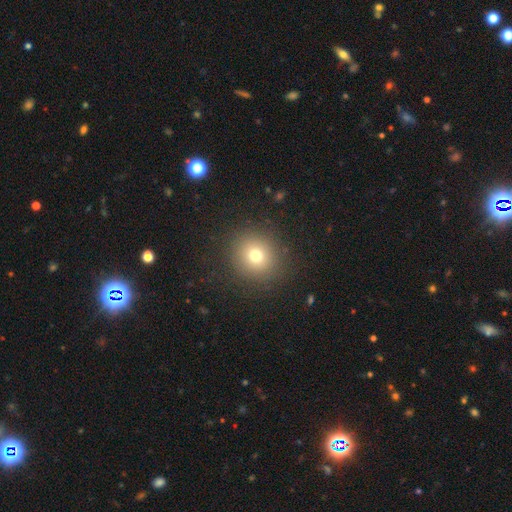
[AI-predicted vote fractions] Smooth or featured? smooth (75%)
How rounded? round (90%)
Merging? none (88%)